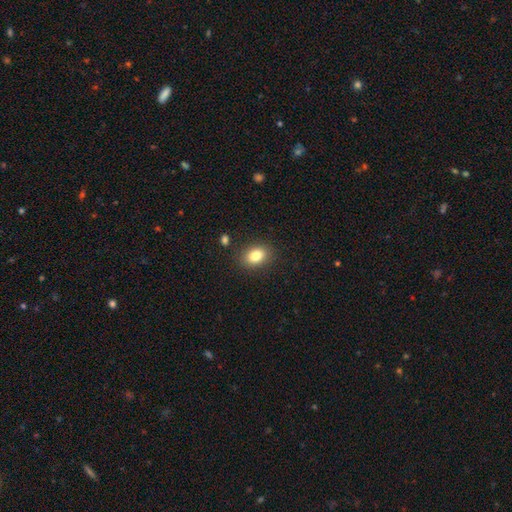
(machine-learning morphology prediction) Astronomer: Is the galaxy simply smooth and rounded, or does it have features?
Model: smooth — 83%.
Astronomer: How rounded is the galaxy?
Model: in between — 73%.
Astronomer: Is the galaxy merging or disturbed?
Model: none — 86%.